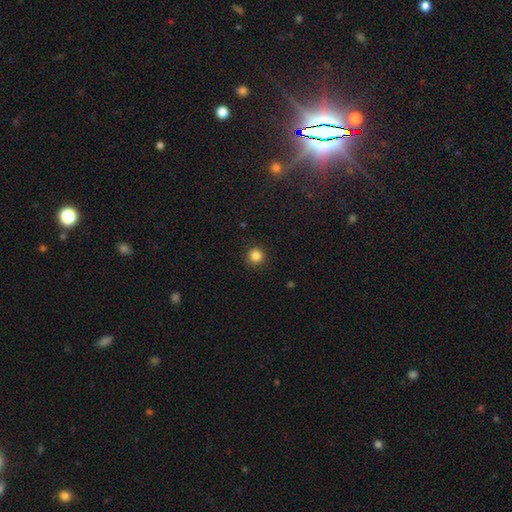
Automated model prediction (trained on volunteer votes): smooth_or_featured: smooth (p=0.84) [alt: star or artifact p=0.12]
how_rounded: round (p=0.95) [alt: in between p=0.04]
merging: none (p=0.91) [alt: minor disturbance p=0.06]